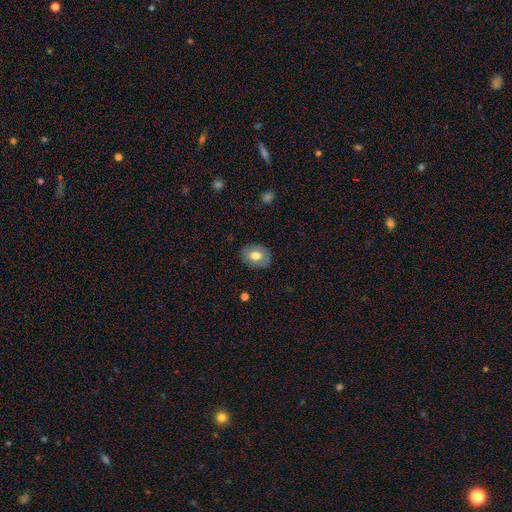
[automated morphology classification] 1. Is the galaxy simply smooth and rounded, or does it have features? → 66% smooth, 27% featured or disk, 7% star or artifact.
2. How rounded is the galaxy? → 65% in between, 34% round, 1% cigar-shaped.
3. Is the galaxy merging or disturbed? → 85% none, 11% minor disturbance, 3% major disturbance, 1% merger.